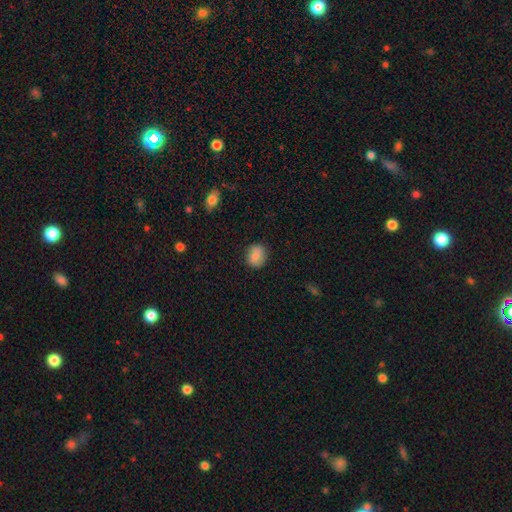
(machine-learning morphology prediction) This appears to be a smooth galaxy with no disk features (83%) that is round (68%). Merging: none (84%).